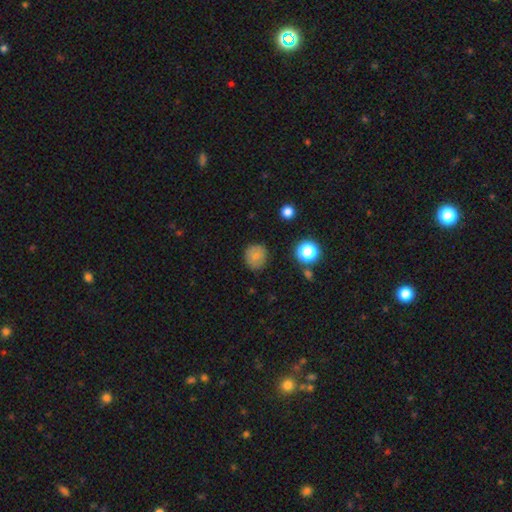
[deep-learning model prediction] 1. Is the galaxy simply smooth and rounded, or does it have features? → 76% smooth, 13% star or artifact, 11% featured or disk.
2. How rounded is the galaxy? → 83% round, 16% in between, 1% cigar-shaped.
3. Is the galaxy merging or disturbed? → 82% none, 13% minor disturbance, 3% major disturbance, 2% merger.